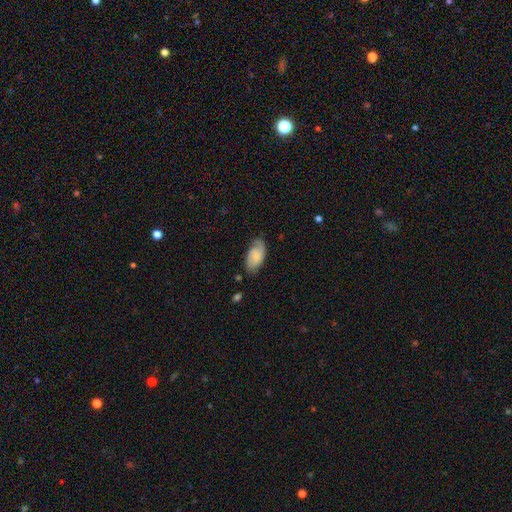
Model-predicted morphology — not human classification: Overall: smooth (58%; featured or disk 35%). How rounded: in between (94%). Merging: none (66%).